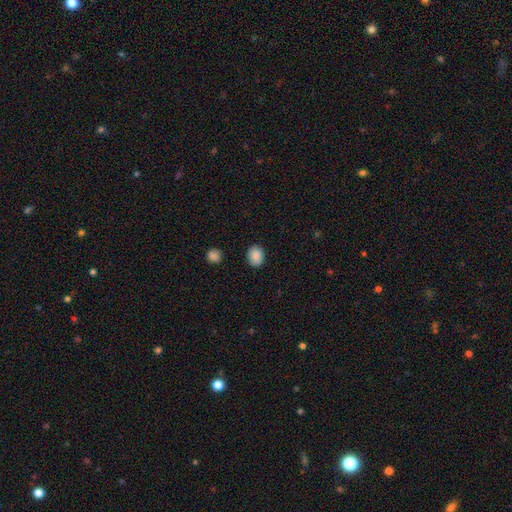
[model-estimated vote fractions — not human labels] Morphology: type=smooth (88%); roundness=in between (53%); merging=none (87%).